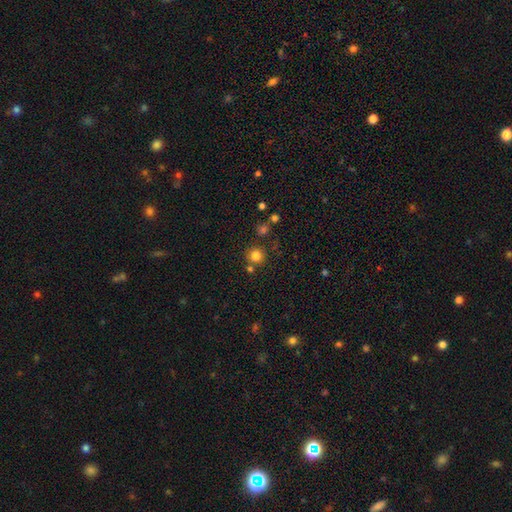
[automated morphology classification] Smooth or featured? Predicted: smooth (p=0.80). How rounded? Predicted: round (p=0.94). Merging? Predicted: none (p=0.78).